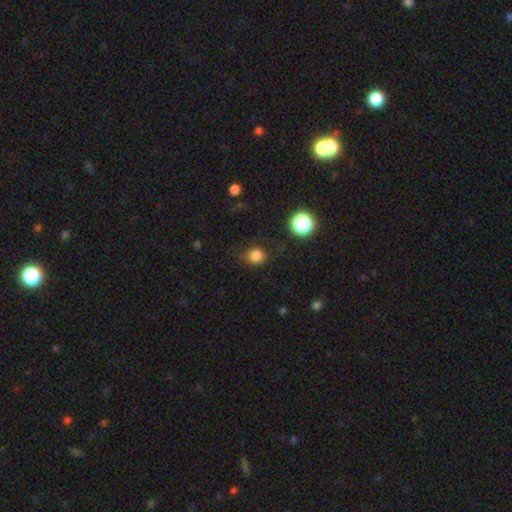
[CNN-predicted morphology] Smooth or featured: smooth — 82% (star or artifact — 14%)
How rounded: round — 80% (in between — 19%)
Merging: none — 81% (minor disturbance — 13%)